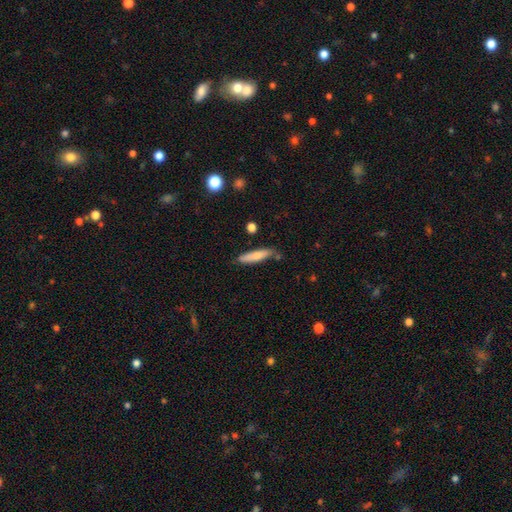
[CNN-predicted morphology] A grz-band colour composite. It shows a smooth galaxy with no disk features (74%) that is cigar-shaped (81%). Merging: none (75%).